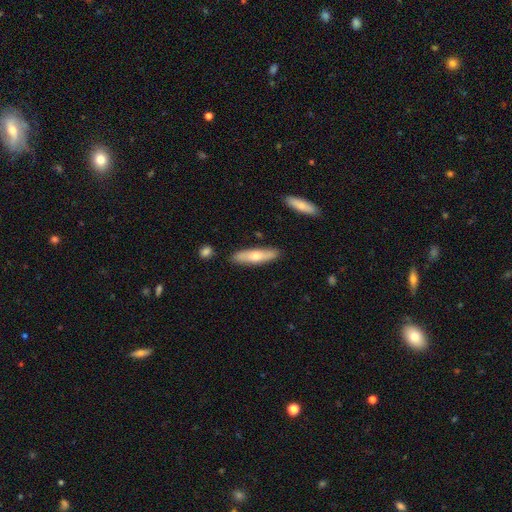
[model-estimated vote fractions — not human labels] Q: Smooth or featured?
A: smooth (57%); runner-up: featured or disk (37%)
Q: How rounded?
A: cigar-shaped (73%); runner-up: in between (25%)
Q: Merging?
A: none (86%); runner-up: minor disturbance (10%)